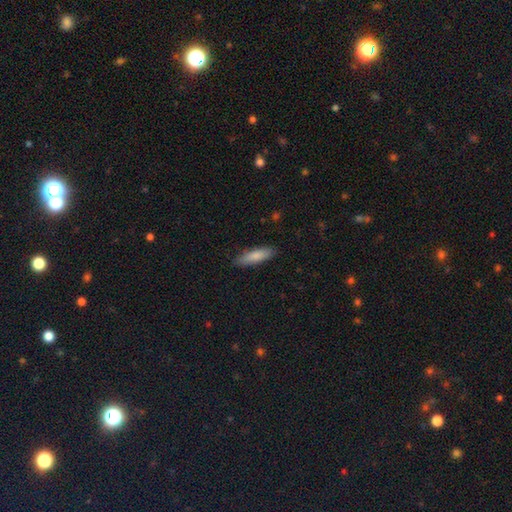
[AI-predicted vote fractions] Morphology: type=smooth (83%); roundness=cigar-shaped (63%); merging=none (86%).